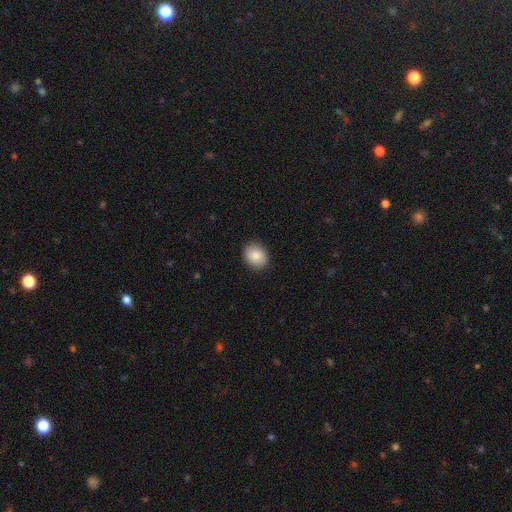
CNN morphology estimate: Smooth or featured? smooth (85%)
How rounded? round (54%)
Merging? none (89%)